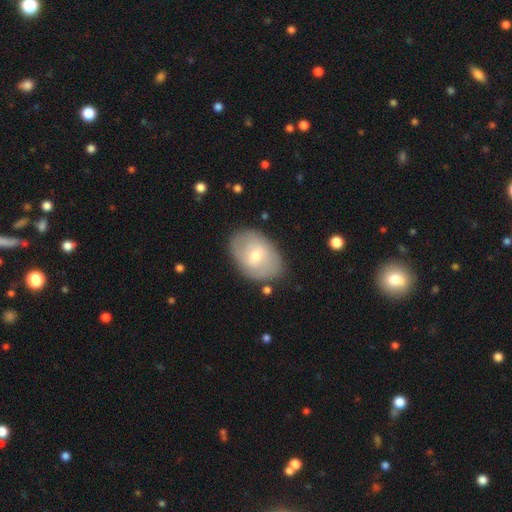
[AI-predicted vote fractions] This is possibly a featured or disk galaxy (52%). It is clearly not viewed edge-on (94%). Merging: likely none (79%).